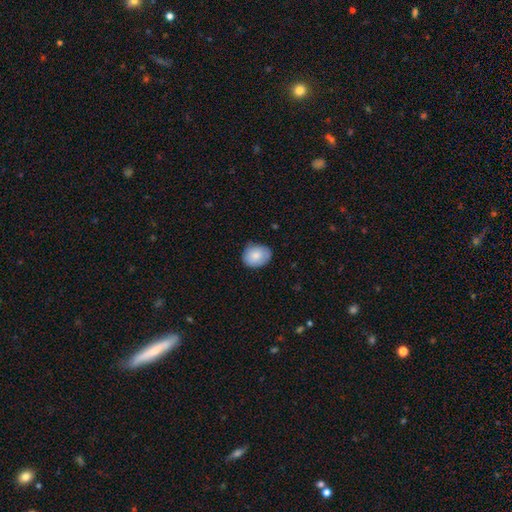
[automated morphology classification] Overall: smooth (82%). How rounded: round (55%; in between 44%). Merging: none (72%).